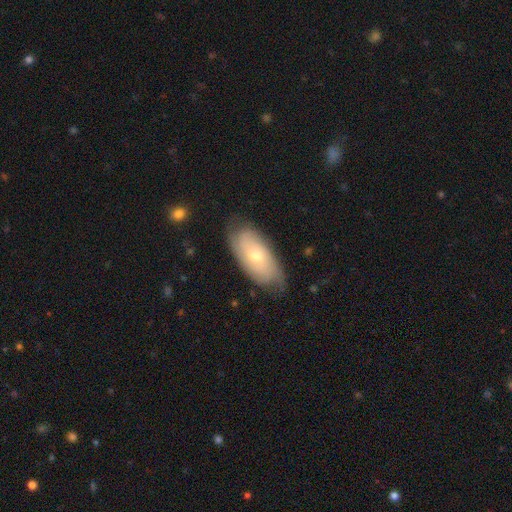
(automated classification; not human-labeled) smooth_or_featured: featured or disk (p=0.54) [alt: smooth p=0.39]
disk_edge_on: no (p=0.87) [alt: yes p=0.13]
merging: none (p=0.73) [alt: minor disturbance p=0.21]